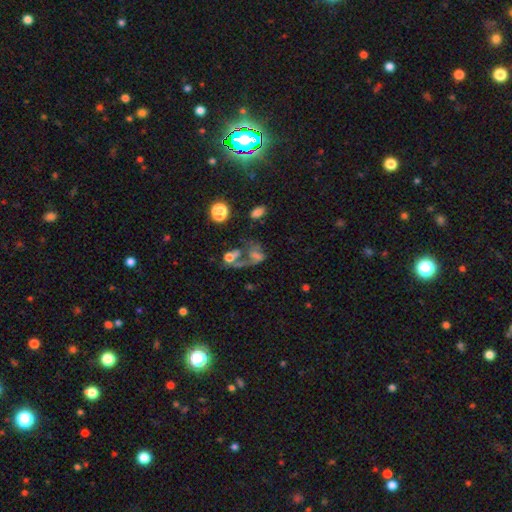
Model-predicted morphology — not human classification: smooth-or-featured: featured or disk: 44% | smooth: 29% | star or artifact: 27%
  merging: major disturbance: 35% | merger: 31% | none: 23% | minor disturbance: 11%